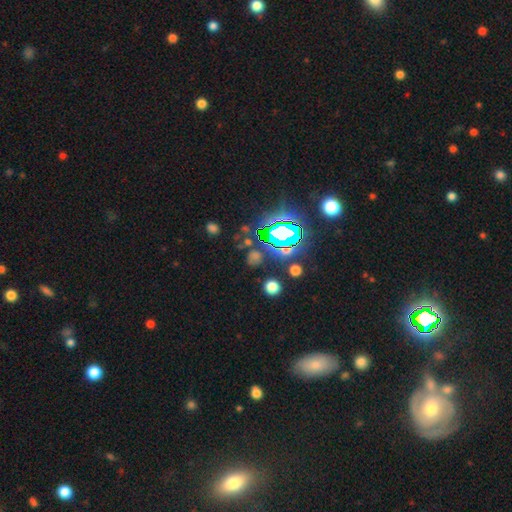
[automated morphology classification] A star or artifact, not a galaxy (56%).

Vote fractions:
- Smooth or featured? star or artifact: 56% / smooth: 34% / featured or disk: 10%